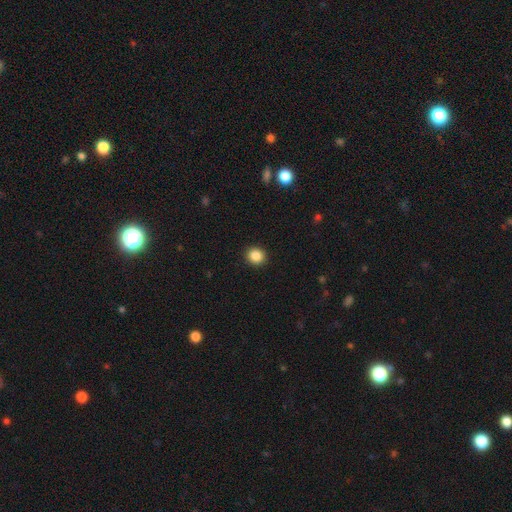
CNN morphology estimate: Q: Smooth or featured?
A: smooth (88%); runner-up: star or artifact (9%)
Q: How rounded?
A: round (86%); runner-up: in between (13%)
Q: Merging?
A: none (92%); runner-up: minor disturbance (5%)